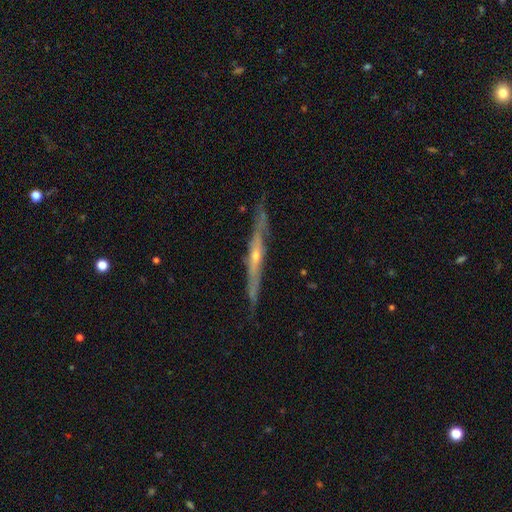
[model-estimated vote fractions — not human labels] smooth-or-featured: featured or disk: 80% | smooth: 14% | star or artifact: 6%
  disk-edge-on: yes: 95% | no: 5%
    edge-on-bulge: rounded: 68% | none: 28% | boxy: 4%
  merging: none: 84% | minor disturbance: 12% | major disturbance: 2% | merger: 1%